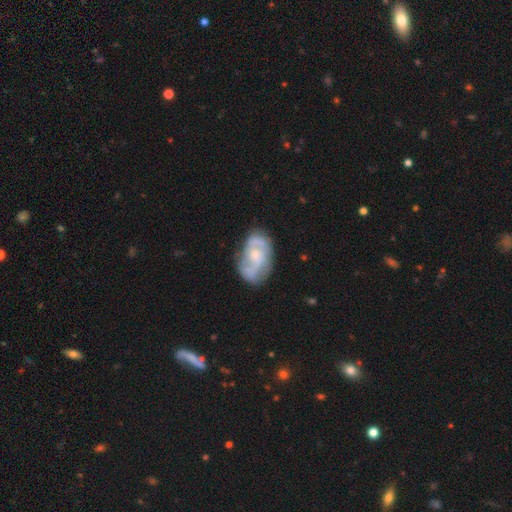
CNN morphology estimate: type=featured or disk (75%); edge-on=no (96%); bar=no (60%); spiral arms=yes (86%); winding=medium (47%); arm count=2 (67%); bulge=small (51%); merging=none (67%).